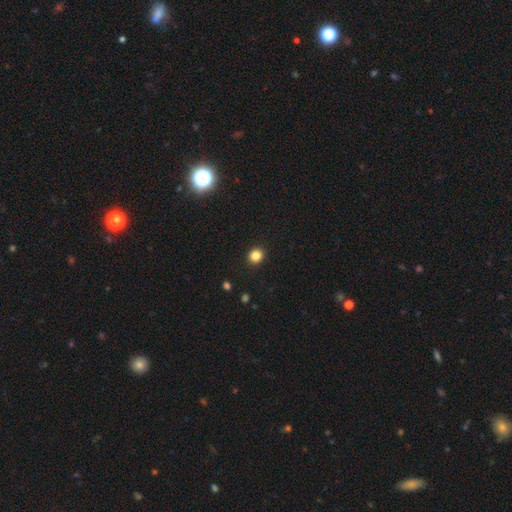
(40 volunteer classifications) A smooth galaxy with no disk features (85%) that is round (88%). Merging: none (97%).